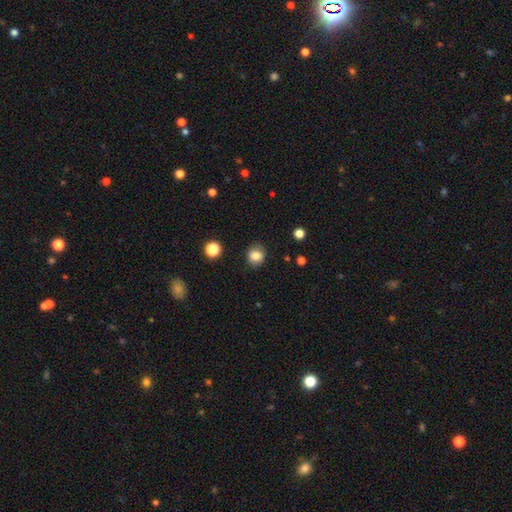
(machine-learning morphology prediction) This is clearly a smooth galaxy (80%). How rounded: likely round (65%). Merging: clearly none (84%).